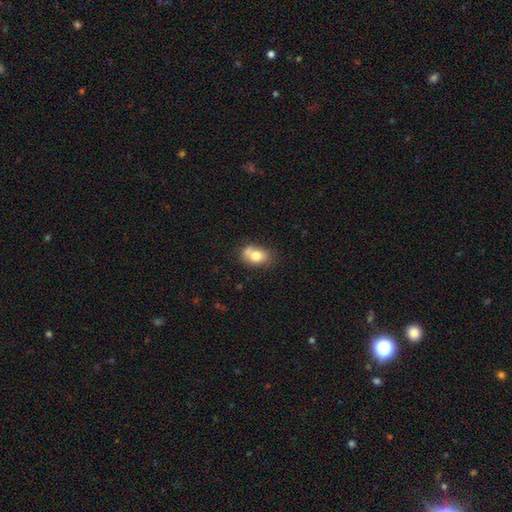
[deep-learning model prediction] Morphology: type=smooth (74%); roundness=in between (72%); merging=none (48%).